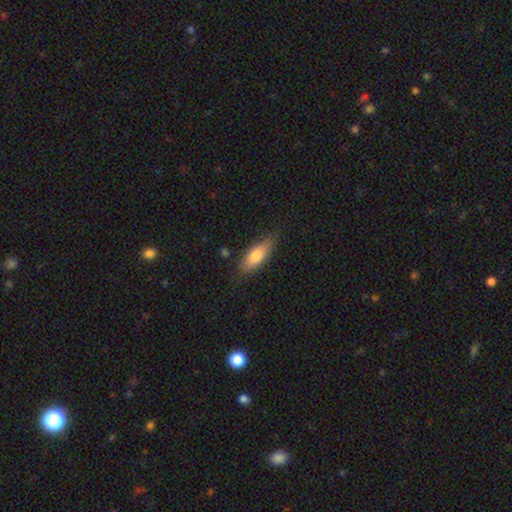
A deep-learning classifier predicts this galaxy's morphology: Q: Smooth or featured?
A: smooth (74%); runner-up: featured or disk (20%)
Q: How rounded?
A: in between (66%); runner-up: cigar-shaped (31%)
Q: Merging?
A: none (78%); runner-up: minor disturbance (17%)